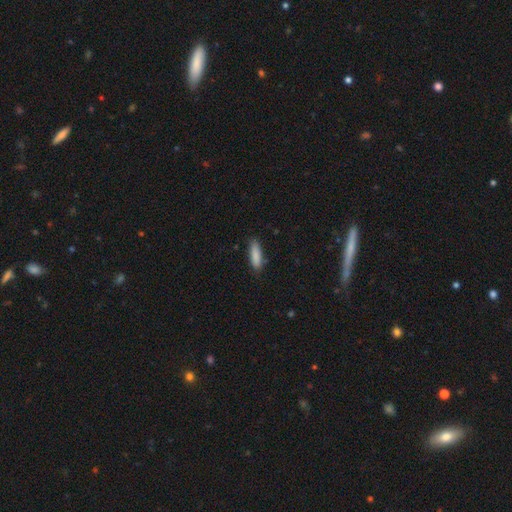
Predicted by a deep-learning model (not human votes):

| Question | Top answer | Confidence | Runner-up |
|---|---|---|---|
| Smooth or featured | smooth | 87% | star or artifact (6%) |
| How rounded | cigar-shaped | 60% | in between (39%) |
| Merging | none | 81% | minor disturbance (15%) |